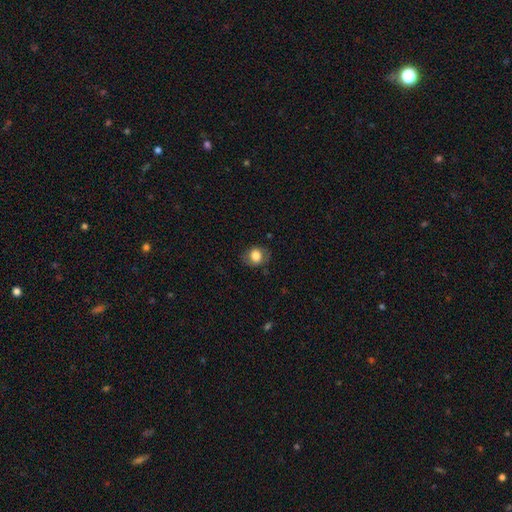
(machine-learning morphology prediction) Smooth or featured?
  - smooth: 78% *
  - featured or disk: 14%
  - star or artifact: 8%
How rounded?
  - round: 60% *
  - in between: 39%
  - cigar-shaped: 1%
Merging?
  - none: 75% *
  - minor disturbance: 17%
  - major disturbance: 6%
  - merger: 1%